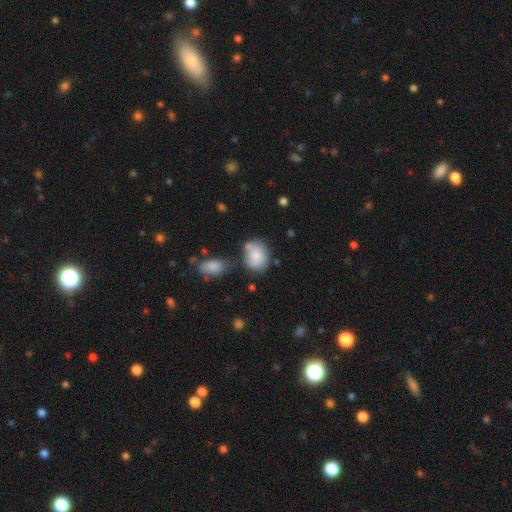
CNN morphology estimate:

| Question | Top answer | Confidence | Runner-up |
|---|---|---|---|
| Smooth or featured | smooth | 80% | featured or disk (12%) |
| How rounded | in between | 54% | round (45%) |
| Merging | none | 54% | minor disturbance (23%) |